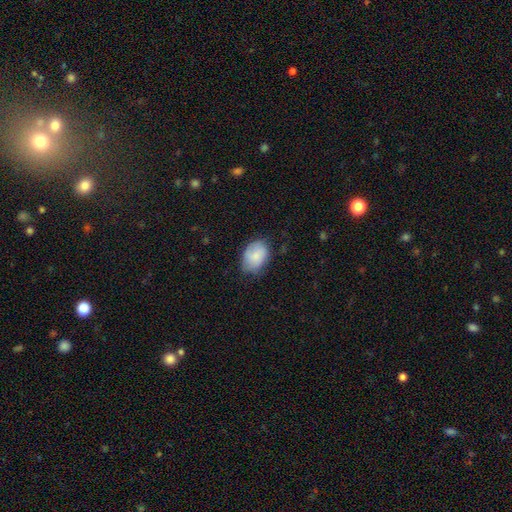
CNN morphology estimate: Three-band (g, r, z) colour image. It shows a smooth galaxy with no disk features (83%) that is in between round and cigar-shaped (80%). Merging: none (69%).